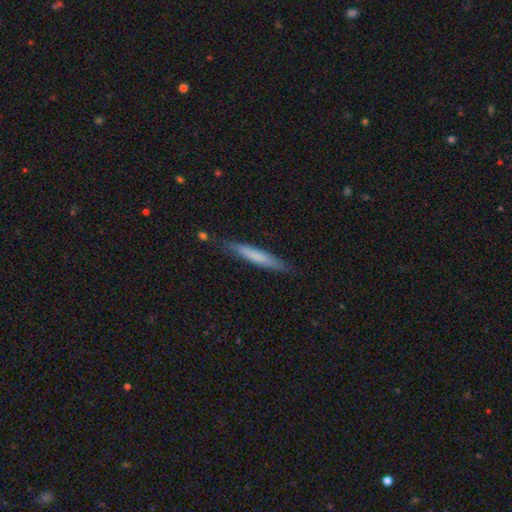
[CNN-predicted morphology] Smooth or featured? Predicted: smooth (p=0.66). How rounded? Predicted: cigar-shaped (p=0.95). Merging? Predicted: none (p=0.84).